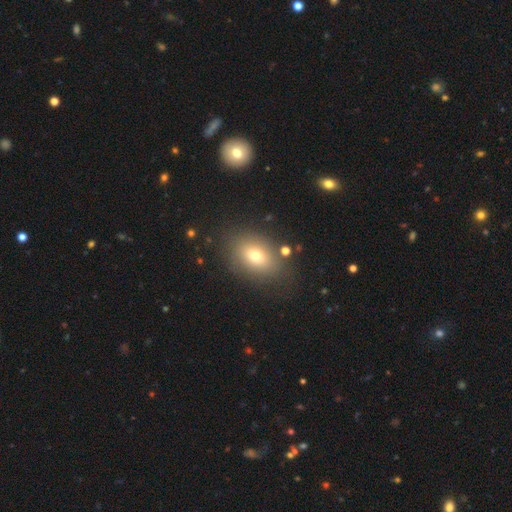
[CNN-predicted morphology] smooth_or_featured: smooth (p=0.71) [alt: featured or disk p=0.15]
how_rounded: in between (p=0.69) [alt: round p=0.29]
merging: none (p=0.80) [alt: minor disturbance p=0.12]